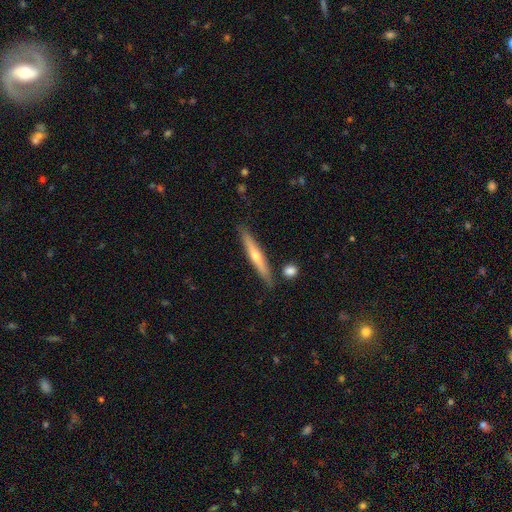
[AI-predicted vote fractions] Smooth or featured? Predicted: featured or disk (p=0.55). Edge-on disk? Predicted: yes (p=0.95). Edge-on bulge? Predicted: rounded (p=0.76). Merging? Predicted: none (p=0.84).